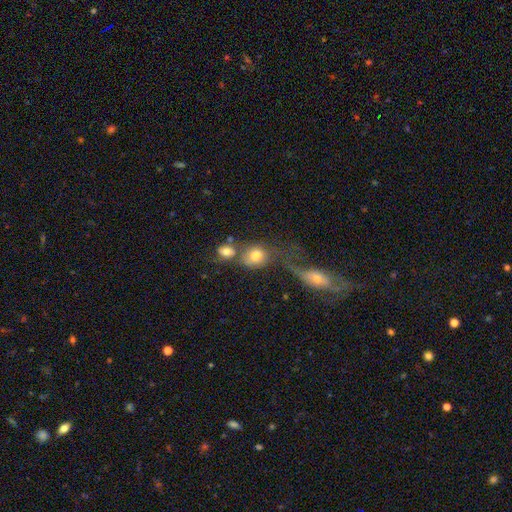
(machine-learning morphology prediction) smooth_or_featured: smooth (p=0.73) [alt: featured or disk p=0.17]
how_rounded: round (p=0.54) [alt: in between p=0.44]
merging: merger (p=0.44) [alt: none p=0.28]